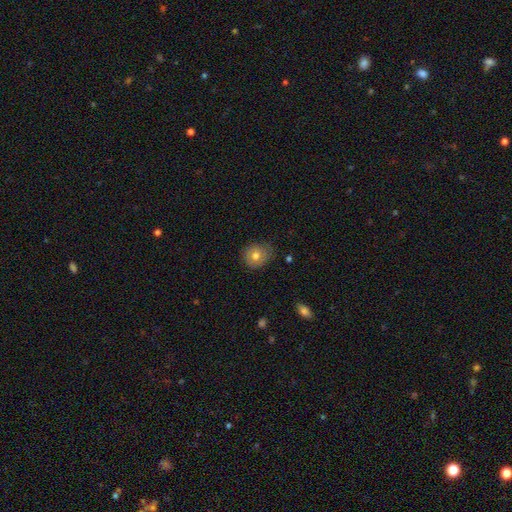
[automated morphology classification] Smooth or featured?
  - smooth: 75% *
  - featured or disk: 15%
  - star or artifact: 9%
How rounded?
  - round: 81% *
  - in between: 18%
  - cigar-shaped: 1%
Merging?
  - none: 75% *
  - minor disturbance: 20%
  - major disturbance: 4%
  - merger: 1%